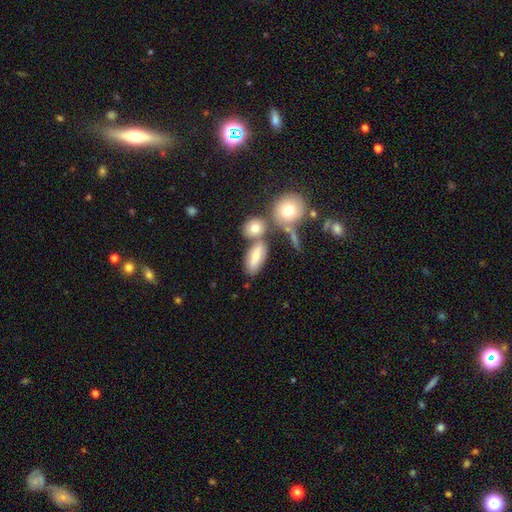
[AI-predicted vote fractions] A smooth galaxy with no disk features (63%) that is in between round and cigar-shaped (74%).

Vote fractions:
- Smooth or featured? smooth: 63% / featured or disk: 24% / star or artifact: 13%
- How rounded? in between: 74% / cigar-shaped: 15% / round: 11%
- Merging? none: 56% / merger: 23% / minor disturbance: 14% / major disturbance: 6%